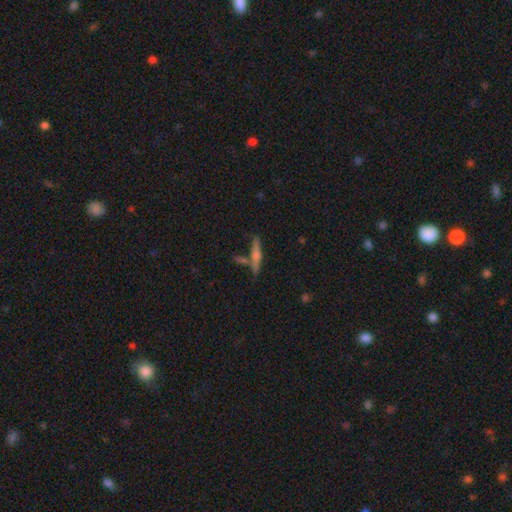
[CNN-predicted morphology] A featured or disk galaxy (48%).

Vote fractions:
- Smooth or featured? featured or disk: 48% / smooth: 44% / star or artifact: 8%
- Merging? none: 71% / merger: 14% / minor disturbance: 11% / major disturbance: 4%